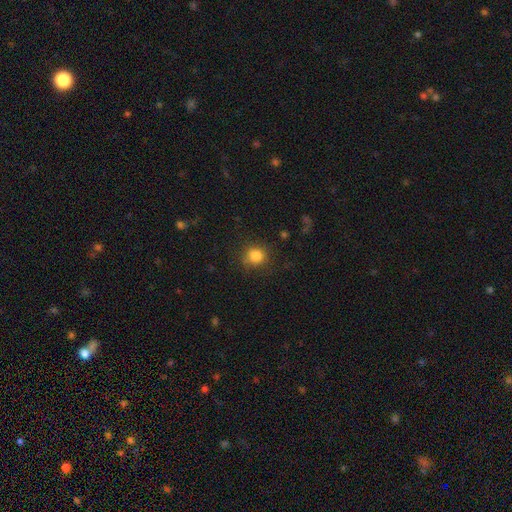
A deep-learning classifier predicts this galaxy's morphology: type=smooth (84%); roundness=round (83%); merging=none (79%).